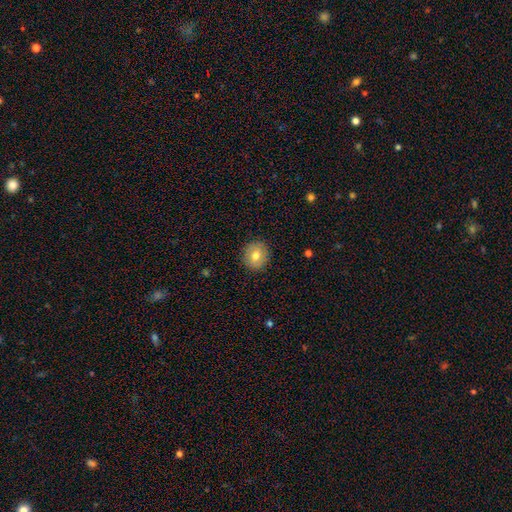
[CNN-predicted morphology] smooth 76%, featured or disk 16%, star or artifact 8%. Down the decision tree: how rounded — round (85%); merging — none (90%).